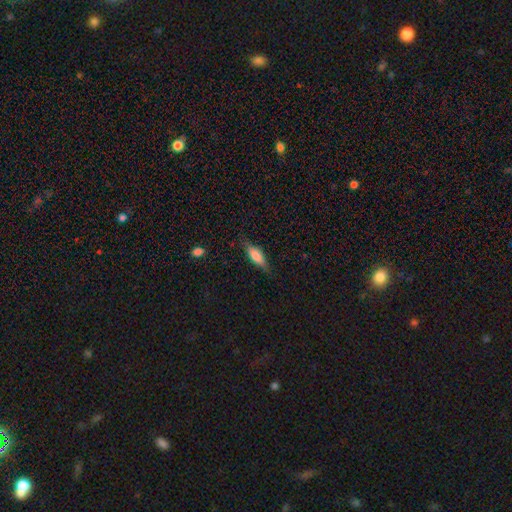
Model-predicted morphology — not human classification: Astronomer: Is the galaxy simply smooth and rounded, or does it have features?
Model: smooth — 65%.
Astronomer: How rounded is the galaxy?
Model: in between — 51% (runner-up: cigar-shaped, 47%).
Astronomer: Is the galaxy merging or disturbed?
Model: none — 79%.